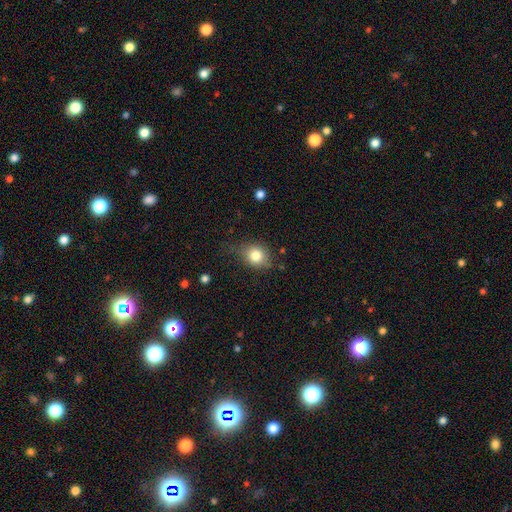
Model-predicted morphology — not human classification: Smooth or featured: smooth — 80% (star or artifact — 11%)
How rounded: round — 73% (in between — 26%)
Merging: none — 65% (minor disturbance — 25%)